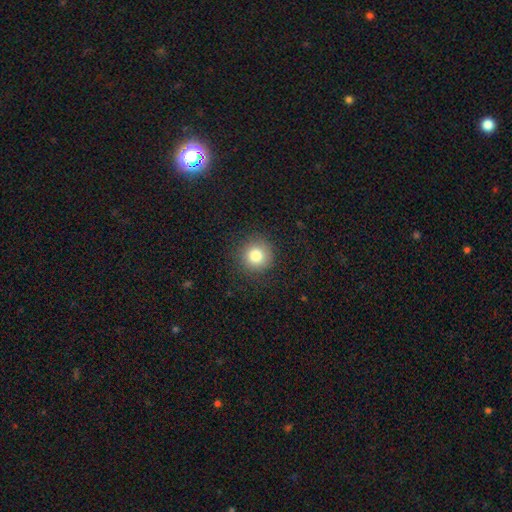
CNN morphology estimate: A smooth galaxy with no disk features (82%) that is round (94%).

Vote fractions:
- Smooth or featured? smooth: 82% / star or artifact: 11% / featured or disk: 7%
- How rounded? round: 94% / in between: 5% / cigar-shaped: 1%
- Merging? none: 88% / minor disturbance: 8% / major disturbance: 3% / merger: 1%